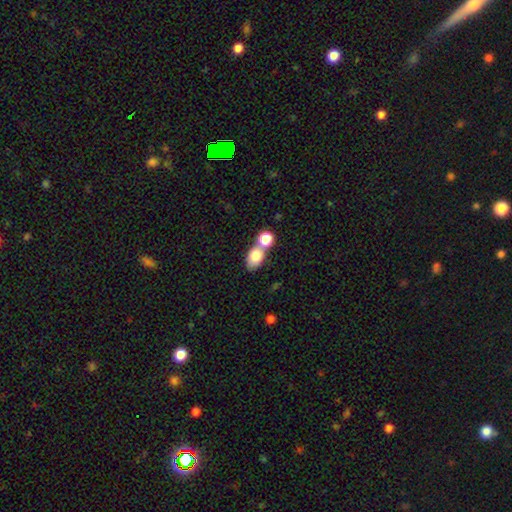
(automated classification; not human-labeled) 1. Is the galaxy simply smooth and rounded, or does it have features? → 81% smooth, 11% featured or disk, 8% star or artifact.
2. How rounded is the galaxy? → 78% in between, 20% round, 3% cigar-shaped.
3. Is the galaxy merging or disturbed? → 49% merger, 36% none, 10% minor disturbance, 5% major disturbance.